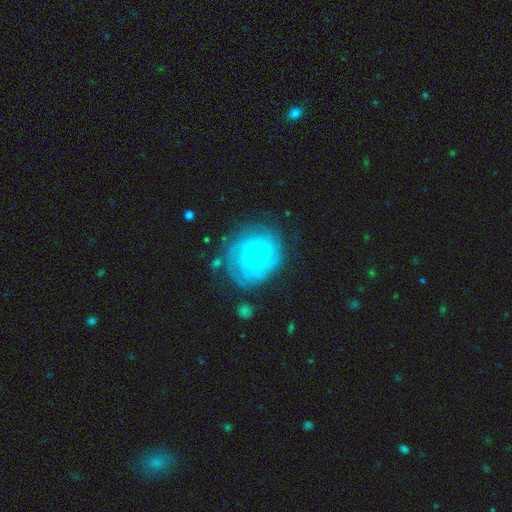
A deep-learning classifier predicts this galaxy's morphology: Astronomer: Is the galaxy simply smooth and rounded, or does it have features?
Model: featured or disk — 79%.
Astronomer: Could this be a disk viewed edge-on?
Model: no — 98%.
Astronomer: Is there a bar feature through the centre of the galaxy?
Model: no — 77%.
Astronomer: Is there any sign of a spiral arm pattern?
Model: yes — 94%.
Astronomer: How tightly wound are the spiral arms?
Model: tight — 80%.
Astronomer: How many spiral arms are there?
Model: can't tell — 35% (runner-up: 4, 18%).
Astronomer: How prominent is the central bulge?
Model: small — 85%.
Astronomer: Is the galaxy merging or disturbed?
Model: none — 69%.